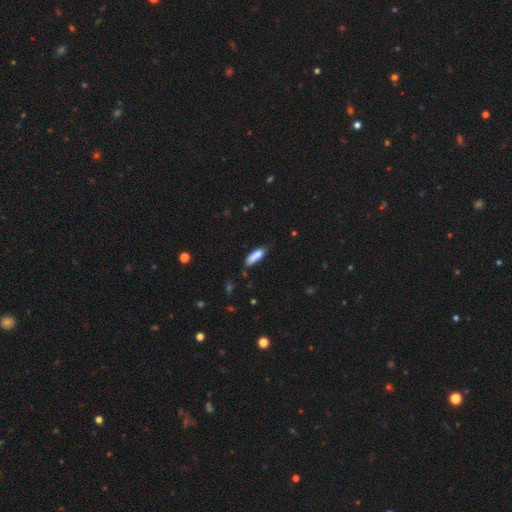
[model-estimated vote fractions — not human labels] The model was most divided on "how rounded": cigar-shaped: 52%, in between: 46%, round: 2%. More confident: smooth or featured — smooth (80%); merging — none (53%).